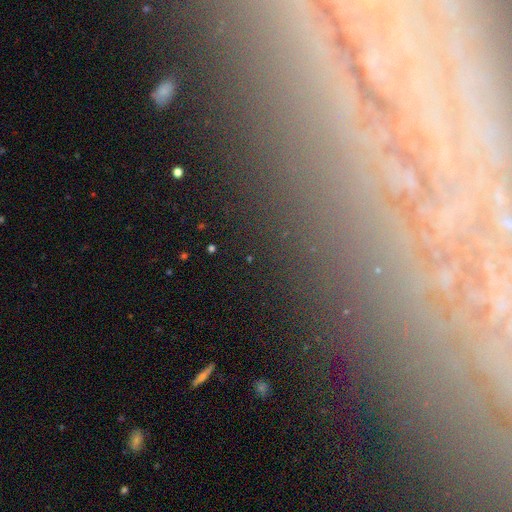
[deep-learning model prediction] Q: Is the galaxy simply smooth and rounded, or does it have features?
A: featured or disk — 40%.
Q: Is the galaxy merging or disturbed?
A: none — 81%.